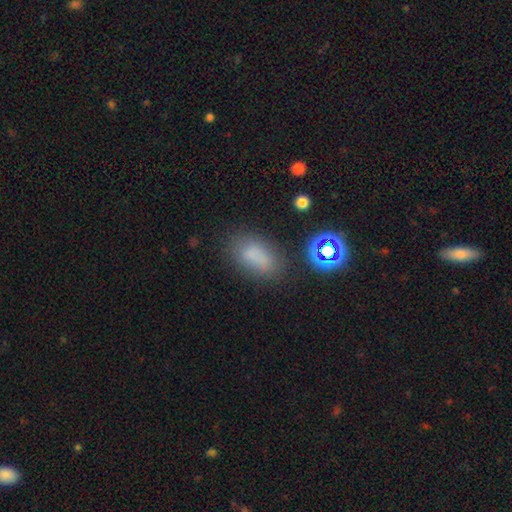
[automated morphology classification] type=smooth (75%); roundness=in between (87%); merging=none (70%).